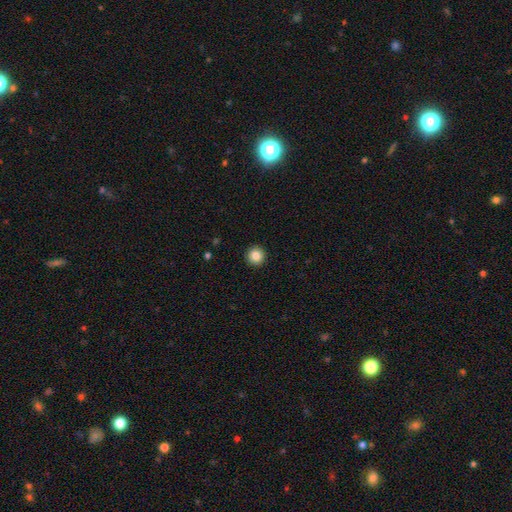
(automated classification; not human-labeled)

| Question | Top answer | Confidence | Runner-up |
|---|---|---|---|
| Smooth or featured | smooth | 85% | star or artifact (10%) |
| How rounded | round | 95% | in between (4%) |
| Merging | none | 93% | minor disturbance (4%) |